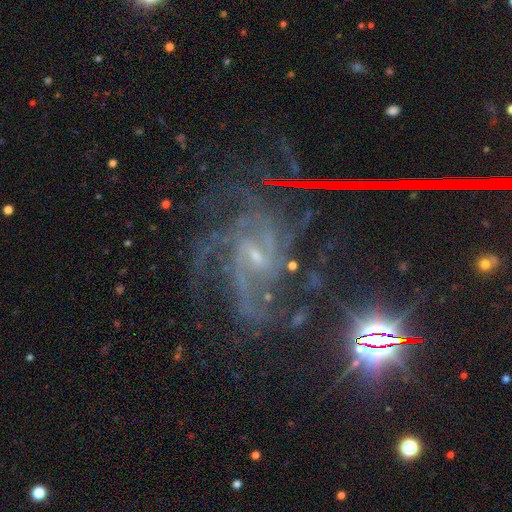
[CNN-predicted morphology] Overall: featured or disk (80%). Edge-on disk: no (97%). Bar: weak (44%; no 40%). Spiral arms: yes (96%). Spiral arm count: can't tell (24%; 3 21%). Spiral winding: medium (48%; tight 34%). Bulge size: small (77%). Merging: none (59%; major disturbance 20%).